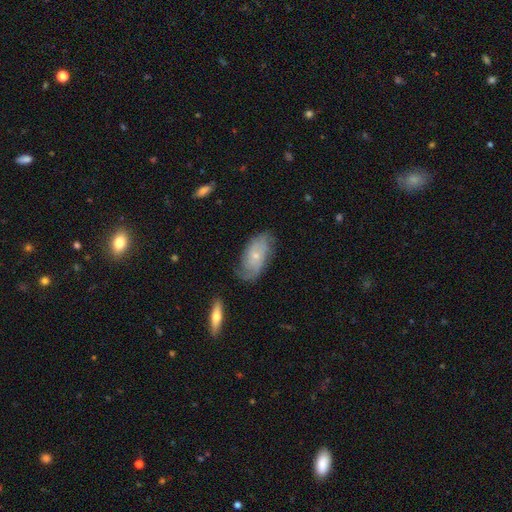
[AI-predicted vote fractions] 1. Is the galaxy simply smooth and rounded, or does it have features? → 64% featured or disk, 29% smooth, 7% star or artifact.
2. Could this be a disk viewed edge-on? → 92% no, 8% yes.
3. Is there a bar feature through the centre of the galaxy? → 80% no, 17% weak, 3% strong.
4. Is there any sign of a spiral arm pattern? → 87% yes, 13% no.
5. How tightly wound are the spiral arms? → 50% tight, 33% medium, 17% loose.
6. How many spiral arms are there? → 42% 2, 36% can't tell, 9% 3, 7% 1, 3% 4, 3% more than 4.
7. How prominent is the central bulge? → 74% small, 21% moderate, 2% none, 1% large, 1% dominant.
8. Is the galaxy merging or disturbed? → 65% none, 24% minor disturbance, 9% major disturbance, 2% merger.